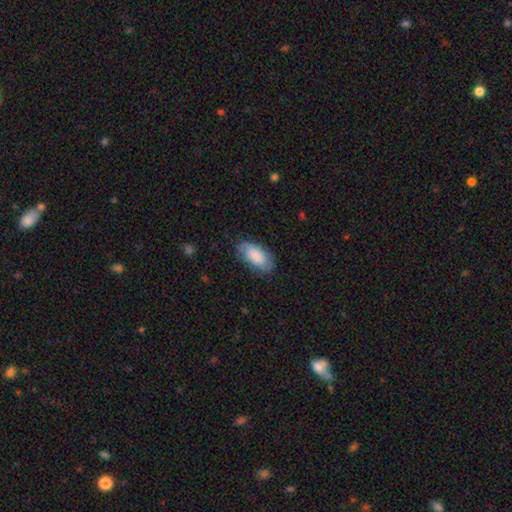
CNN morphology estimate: Overall: smooth (73%). How rounded: in between (93%). Merging: none (74%).